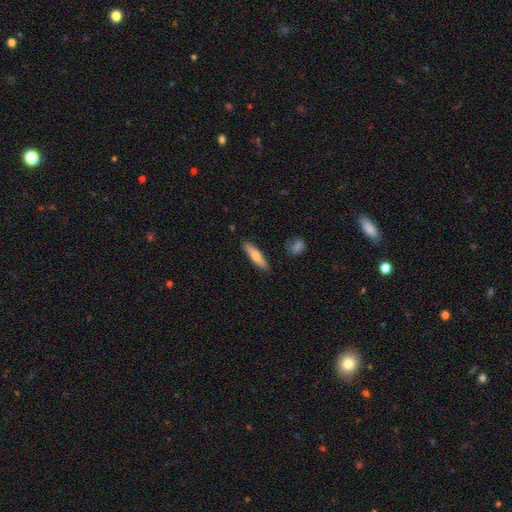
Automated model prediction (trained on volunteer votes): Smooth or featured? smooth (69%)
How rounded? cigar-shaped (75%)
Merging? none (87%)